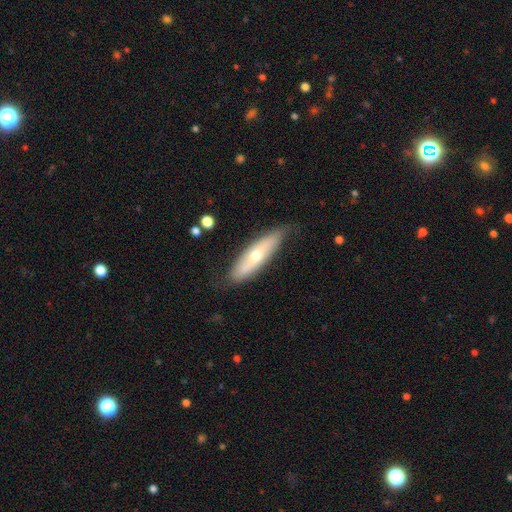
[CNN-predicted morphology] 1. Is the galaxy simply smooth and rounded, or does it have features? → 51% smooth, 43% featured or disk, 6% star or artifact.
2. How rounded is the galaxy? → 60% cigar-shaped, 38% in between, 2% round.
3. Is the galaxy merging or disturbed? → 71% none, 22% minor disturbance, 5% major disturbance, 2% merger.